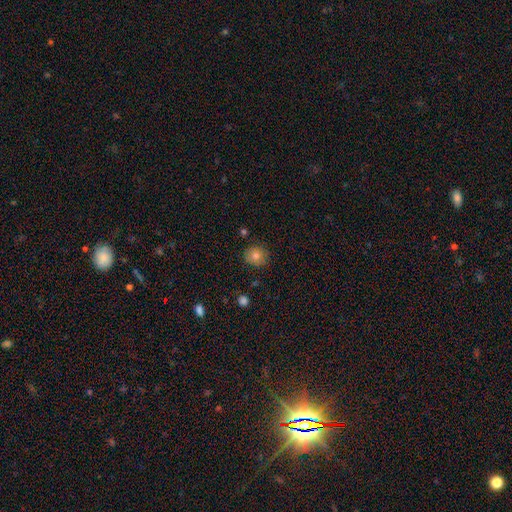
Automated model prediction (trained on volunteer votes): Overall: smooth (78%). How rounded: round (89%). Merging: none (86%).